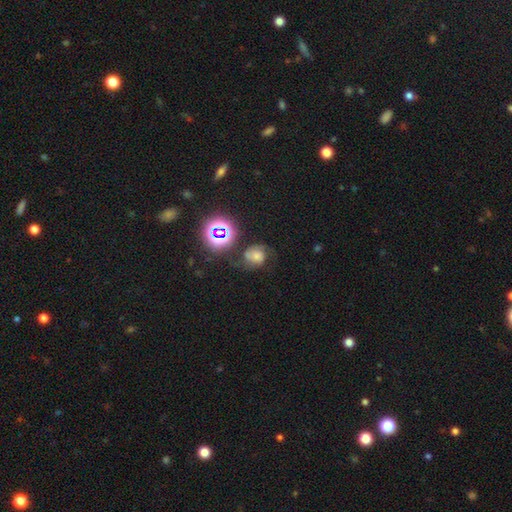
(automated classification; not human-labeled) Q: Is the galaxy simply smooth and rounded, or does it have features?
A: smooth — 47%.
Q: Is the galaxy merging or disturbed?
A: none — 48%.